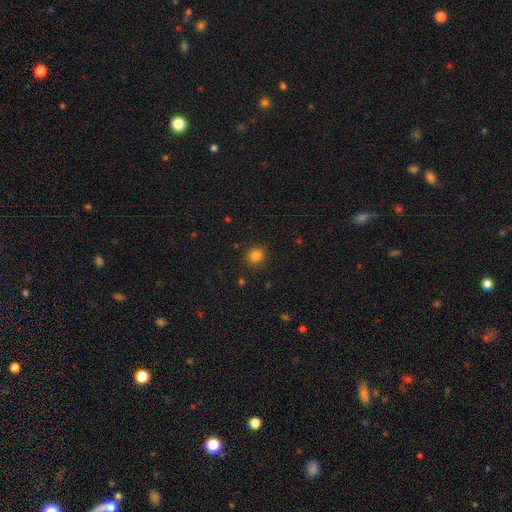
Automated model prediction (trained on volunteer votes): Q: Smooth or featured?
A: smooth (83%); runner-up: star or artifact (13%)
Q: How rounded?
A: round (82%); runner-up: in between (17%)
Q: Merging?
A: none (89%); runner-up: minor disturbance (8%)